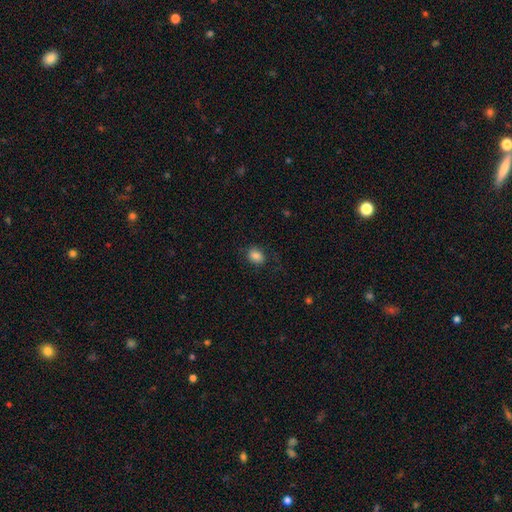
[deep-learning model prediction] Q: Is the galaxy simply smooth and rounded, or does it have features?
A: smooth — 83%.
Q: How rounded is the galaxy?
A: in between — 51%.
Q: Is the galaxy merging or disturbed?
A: none — 74%.